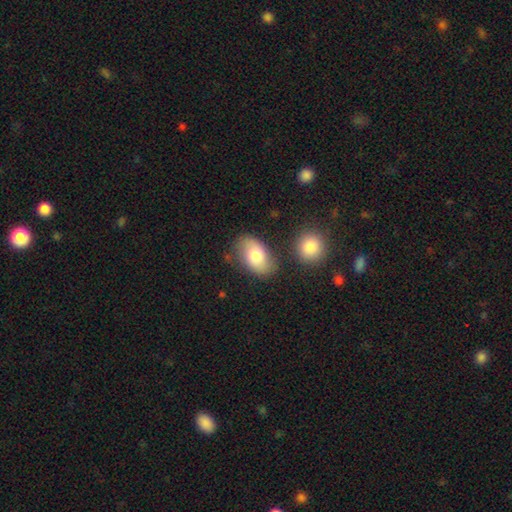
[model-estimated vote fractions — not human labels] smooth_or_featured: smooth (p=0.74) [alt: featured or disk p=0.20]
how_rounded: in between (p=0.90) [alt: round p=0.09]
merging: none (p=0.72) [alt: minor disturbance p=0.16]